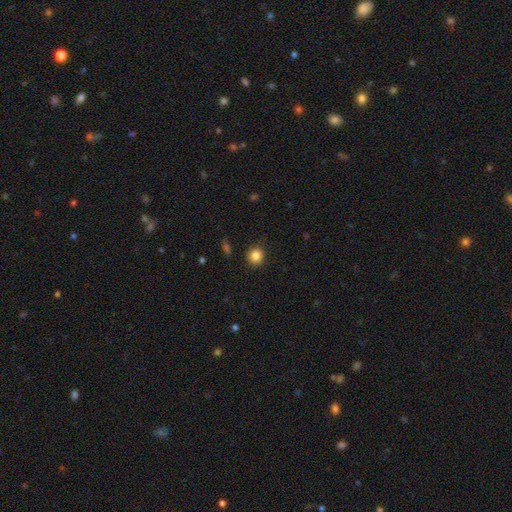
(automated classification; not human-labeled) smooth_or_featured: smooth (p=0.84) [alt: star or artifact p=0.11]
how_rounded: round (p=0.87) [alt: in between p=0.12]
merging: none (p=0.89) [alt: minor disturbance p=0.07]